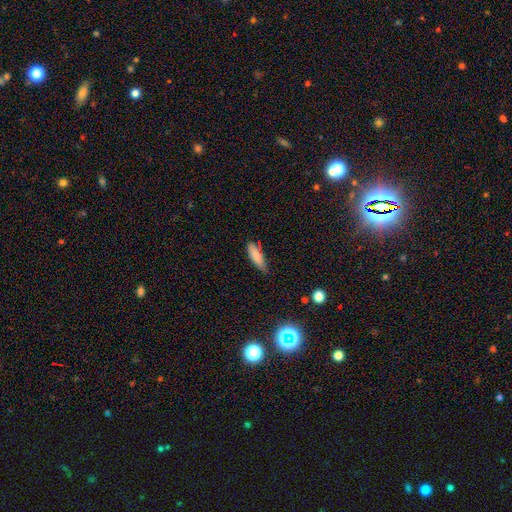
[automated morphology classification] This appears to be a smooth galaxy with no disk features (81%) that is cigar-shaped (54%). Merging: none (73%).